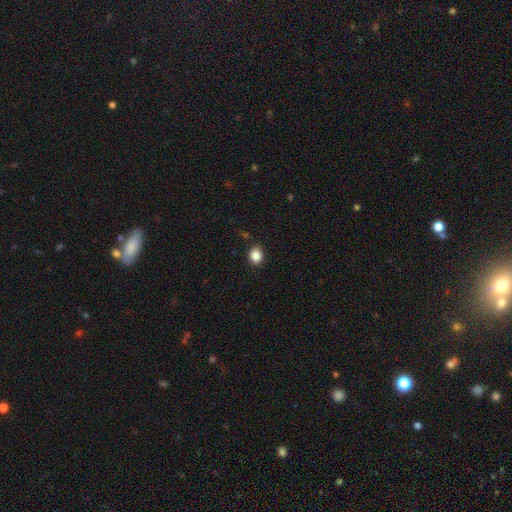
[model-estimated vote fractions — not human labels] smooth 87%, star or artifact 10%, featured or disk 3%. Down the decision tree: how rounded — round (59%); merging — none (86%).